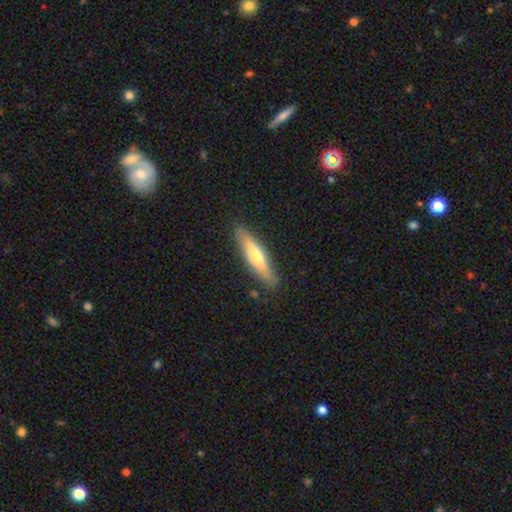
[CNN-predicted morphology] A smooth galaxy with no disk features (58%) that is cigar-shaped (83%).

Vote fractions:
- Smooth or featured? smooth: 58% / featured or disk: 36% / star or artifact: 6%
- How rounded? cigar-shaped: 83% / in between: 16% / round: 1%
- Merging? none: 87% / minor disturbance: 10% / major disturbance: 2% / merger: 1%